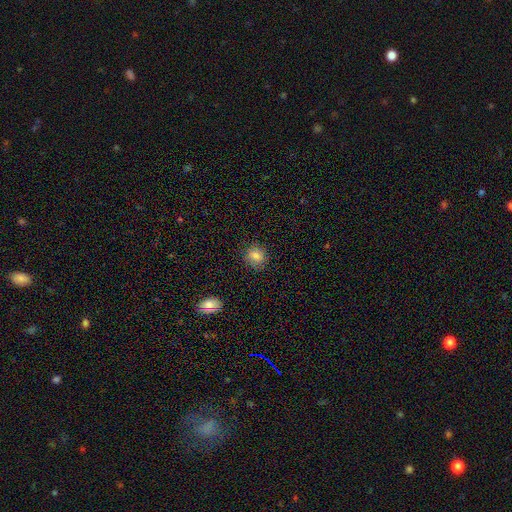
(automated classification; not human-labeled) Morphology: type=smooth (81%); roundness=round (82%); merging=none (86%).